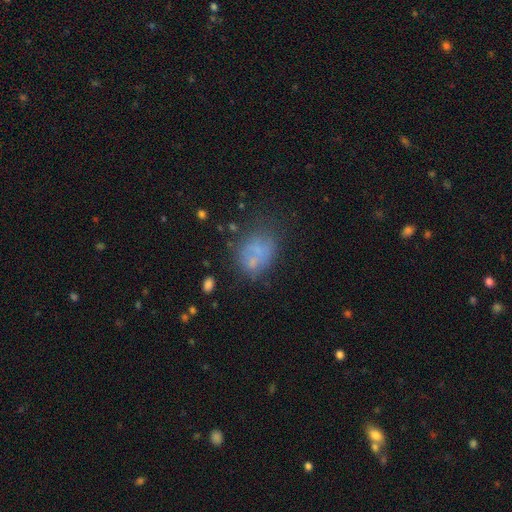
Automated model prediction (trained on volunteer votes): smooth_or_featured: smooth (p=0.56) [alt: featured or disk p=0.27]
how_rounded: in between (p=0.58) [alt: round p=0.40]
merging: none (p=0.48) [alt: minor disturbance p=0.21]